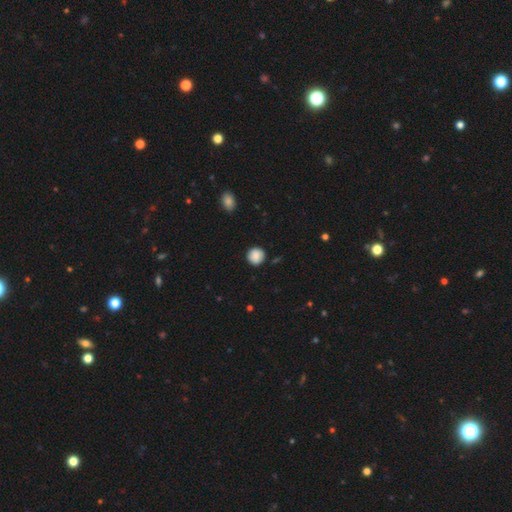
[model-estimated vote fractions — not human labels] smooth-or-featured: smooth: 86% | star or artifact: 8% | featured or disk: 6%
  how-rounded: round: 92% | in between: 7% | cigar-shaped: 1%
  merging: none: 85% | minor disturbance: 11% | major disturbance: 2% | merger: 2%